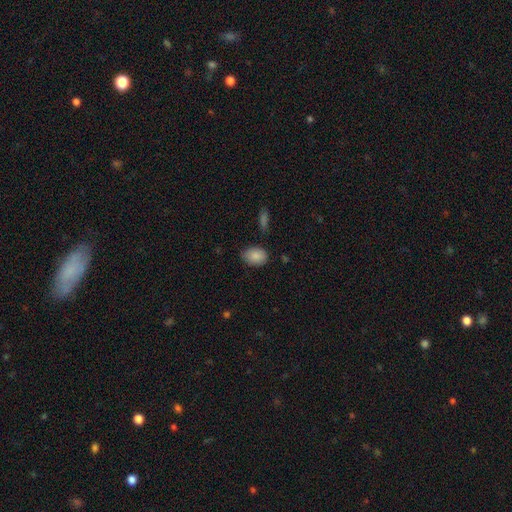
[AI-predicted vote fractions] This appears to be a smooth galaxy with no disk features (86%) that is in between round and cigar-shaped (77%). Merging: none (79%).